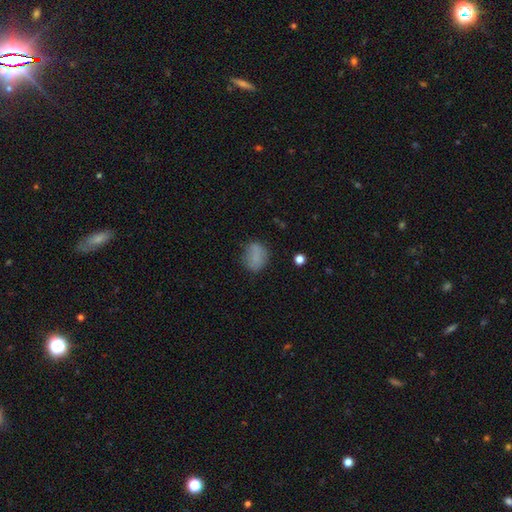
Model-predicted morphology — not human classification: Smooth or featured? Predicted: smooth (p=0.80). How rounded? Predicted: in between (p=0.50). Merging? Predicted: none (p=0.71).